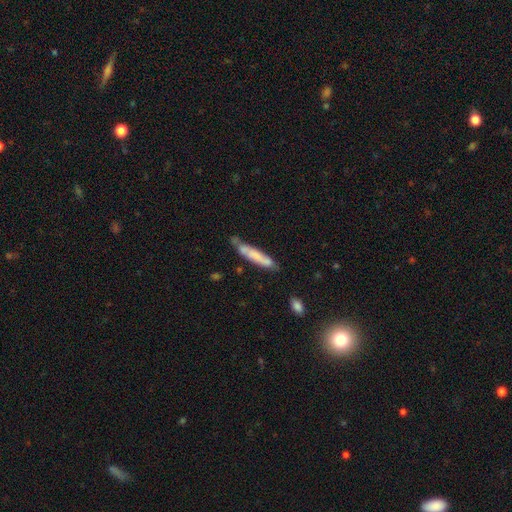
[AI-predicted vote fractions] This is likely a smooth galaxy (63%). How rounded: clearly cigar-shaped (90%). Merging: likely none (63%).